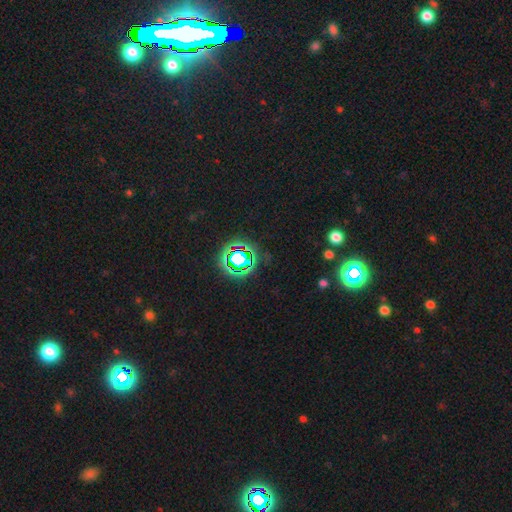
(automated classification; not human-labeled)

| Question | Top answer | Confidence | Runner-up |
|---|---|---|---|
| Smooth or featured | star or artifact | 77% | smooth (15%) |